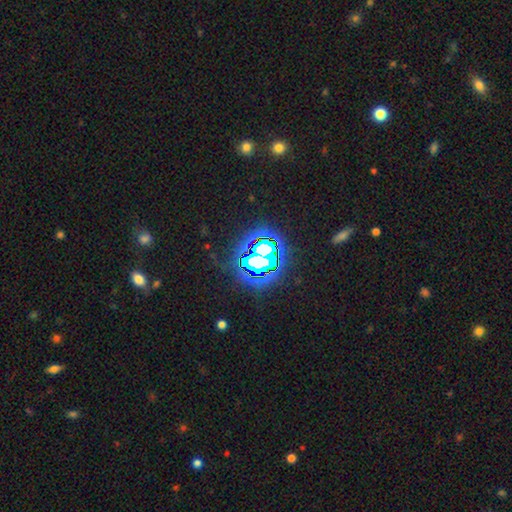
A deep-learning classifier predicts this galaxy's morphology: The model was most divided on "smooth or featured": star or artifact: 73%, smooth: 14%, featured or disk: 13%.